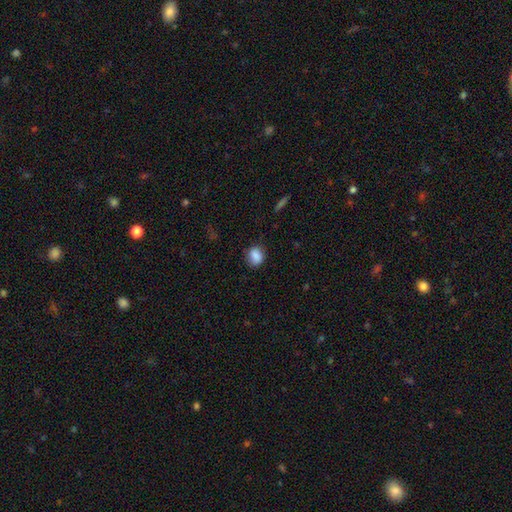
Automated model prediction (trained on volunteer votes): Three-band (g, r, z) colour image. It shows a smooth galaxy with no disk features (85%) that is in between round and cigar-shaped (52%). Merging: none (74%).